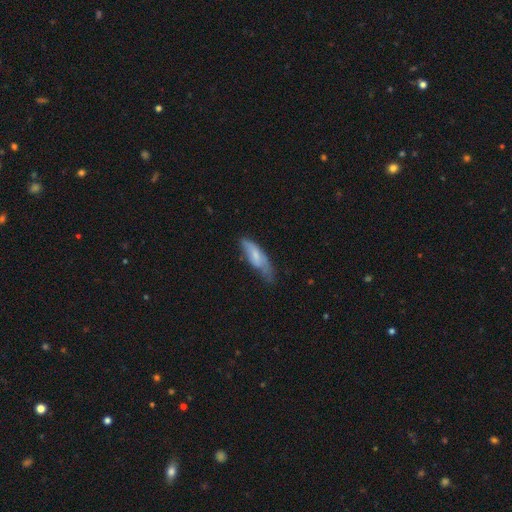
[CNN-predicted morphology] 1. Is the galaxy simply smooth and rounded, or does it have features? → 60% smooth, 34% featured or disk, 6% star or artifact.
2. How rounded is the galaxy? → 49% cigar-shaped (tied), 49% in between (tied), 2% round.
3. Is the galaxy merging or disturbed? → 46% none, 37% minor disturbance, 14% major disturbance, 2% merger.